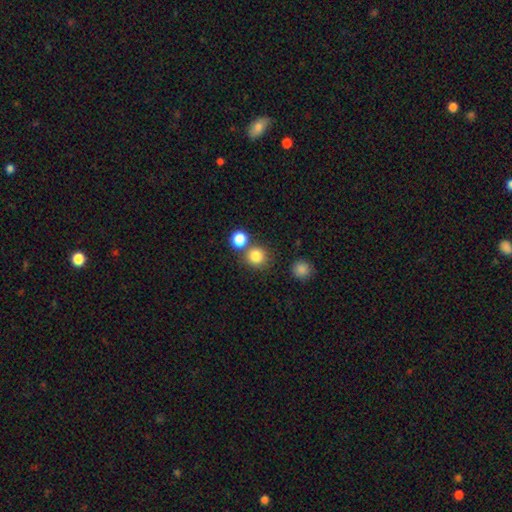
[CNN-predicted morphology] Smooth or featured? smooth (82%)
How rounded? round (90%)
Merging? none (70%)